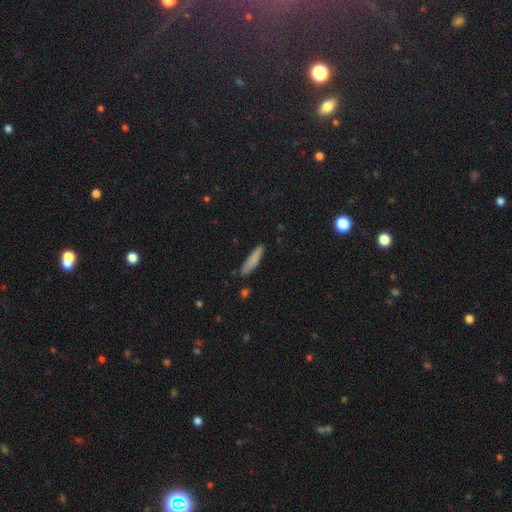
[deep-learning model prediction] The model was most divided on "smooth or featured": smooth: 77%, featured or disk: 14%, star or artifact: 10%. More confident: how rounded — cigar-shaped (86%); merging — none (83%).